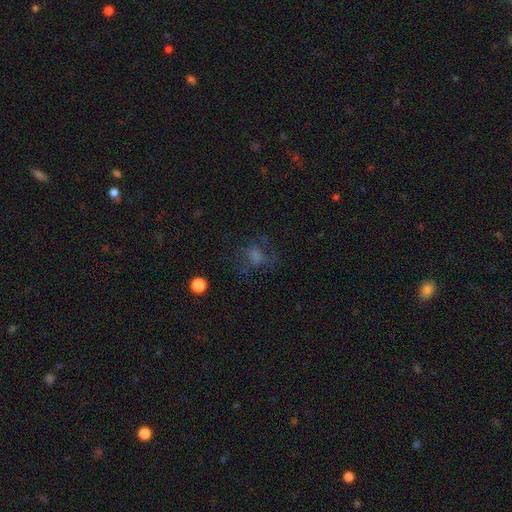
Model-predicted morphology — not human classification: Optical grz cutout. It shows a smooth galaxy with no disk features (41%). Merging: none (60%).